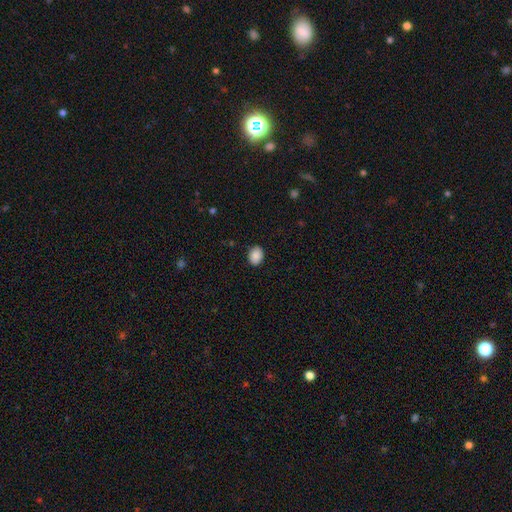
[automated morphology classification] A smooth galaxy with no disk features (89%) that is in between round and cigar-shaped (62%). Merging: none (88%).